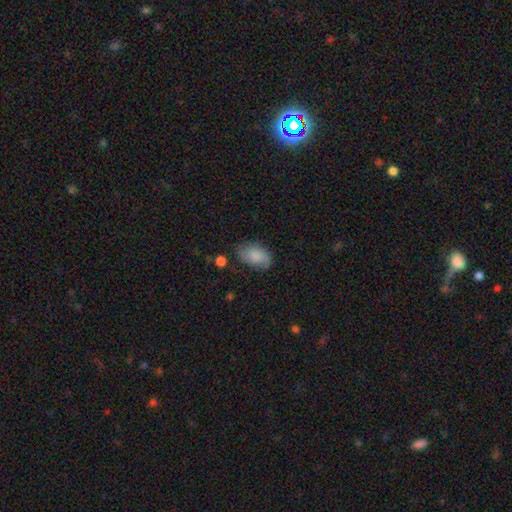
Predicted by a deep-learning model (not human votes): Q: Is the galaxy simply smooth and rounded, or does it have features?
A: smooth — 78%.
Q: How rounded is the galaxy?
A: in between — 92%.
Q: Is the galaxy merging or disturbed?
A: none — 65%.